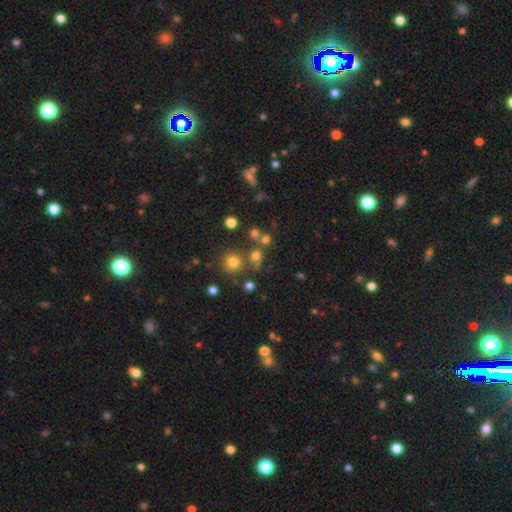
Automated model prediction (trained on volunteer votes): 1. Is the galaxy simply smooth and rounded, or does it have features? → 68% smooth, 23% star or artifact, 10% featured or disk.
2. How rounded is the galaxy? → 89% round, 10% in between, 1% cigar-shaped.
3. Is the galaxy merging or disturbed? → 68% none, 18% merger, 9% minor disturbance, 5% major disturbance.